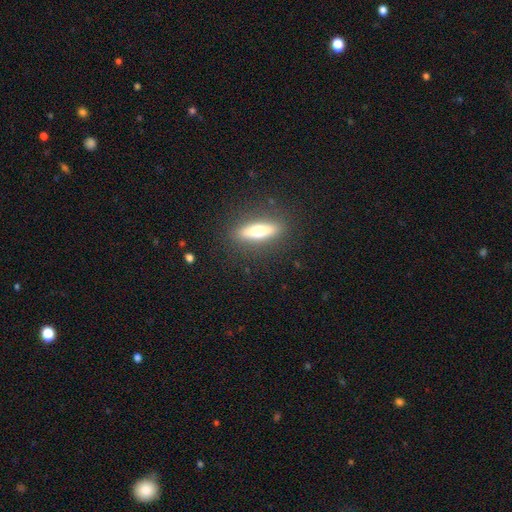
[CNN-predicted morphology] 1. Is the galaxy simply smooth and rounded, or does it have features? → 50% featured or disk, 37% smooth, 13% star or artifact.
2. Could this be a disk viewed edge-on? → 81% yes, 19% no.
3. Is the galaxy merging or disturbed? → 88% none, 8% minor disturbance, 3% major disturbance, 1% merger.